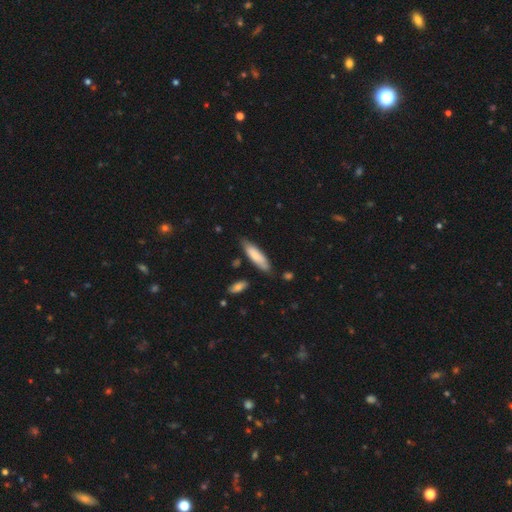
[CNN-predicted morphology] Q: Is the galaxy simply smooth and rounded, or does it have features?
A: smooth — 77%.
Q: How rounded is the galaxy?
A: cigar-shaped — 61%.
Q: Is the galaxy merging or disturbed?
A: none — 74%.